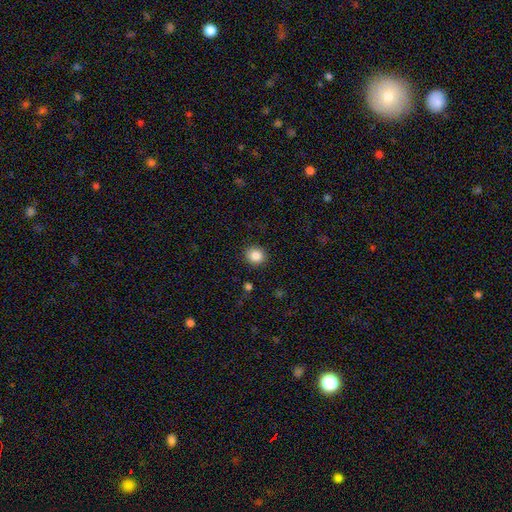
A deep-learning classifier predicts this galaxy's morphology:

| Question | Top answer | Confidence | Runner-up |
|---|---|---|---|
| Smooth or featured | smooth | 86% | star or artifact (10%) |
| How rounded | round | 84% | in between (15%) |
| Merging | none | 90% | minor disturbance (7%) |